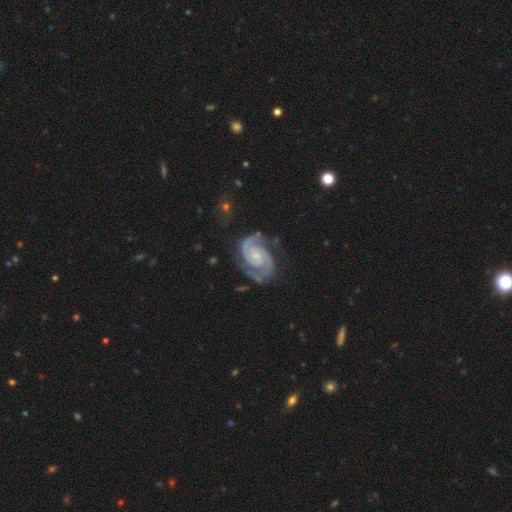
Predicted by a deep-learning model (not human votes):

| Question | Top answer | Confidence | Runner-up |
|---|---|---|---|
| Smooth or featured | featured or disk | 94% | star or artifact (4%) |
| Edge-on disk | no | 98% | yes (2%) |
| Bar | no | 58% | weak (33%) |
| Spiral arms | yes | 99% | no (1%) |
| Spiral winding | tight | 60% | medium (36%) |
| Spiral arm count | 2 | 93% | 3 (2%) |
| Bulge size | small | 64% | moderate (25%) |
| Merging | none | 76% | minor disturbance (17%) |